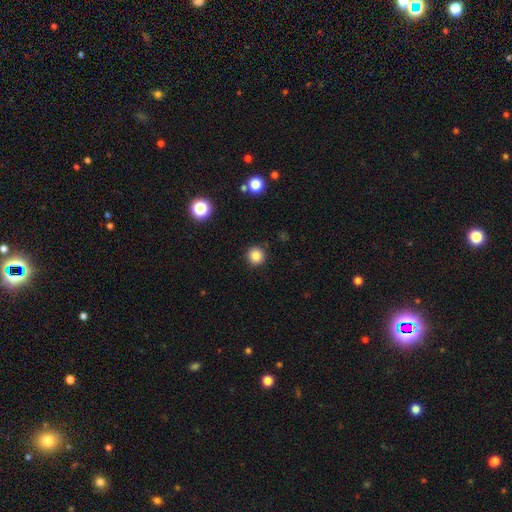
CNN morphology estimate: The model was most divided on "smooth or featured": smooth: 84%, star or artifact: 12%, featured or disk: 5%. More confident: how rounded — round (95%); merging — none (92%).